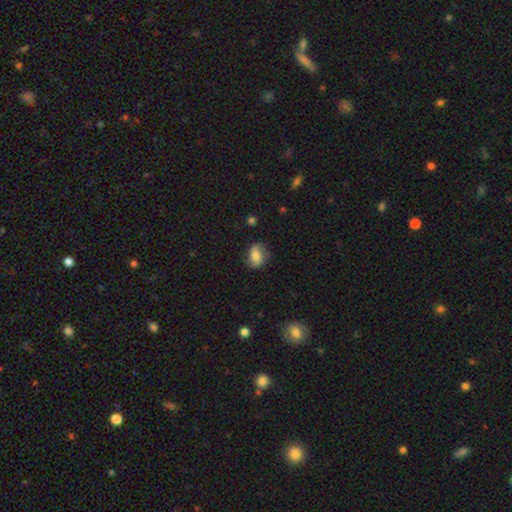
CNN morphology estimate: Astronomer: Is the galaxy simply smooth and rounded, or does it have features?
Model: smooth — 60%.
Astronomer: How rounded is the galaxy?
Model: in between — 69%.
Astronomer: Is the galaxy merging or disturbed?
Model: none — 72%.